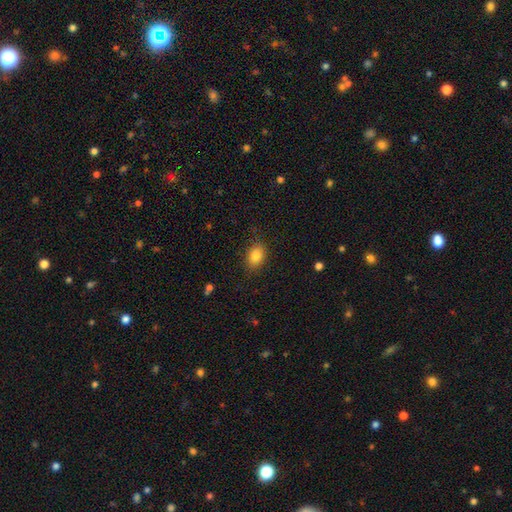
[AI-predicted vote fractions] A smooth galaxy with no disk features (84%) that is in between round and cigar-shaped (75%). Merging: none (84%).